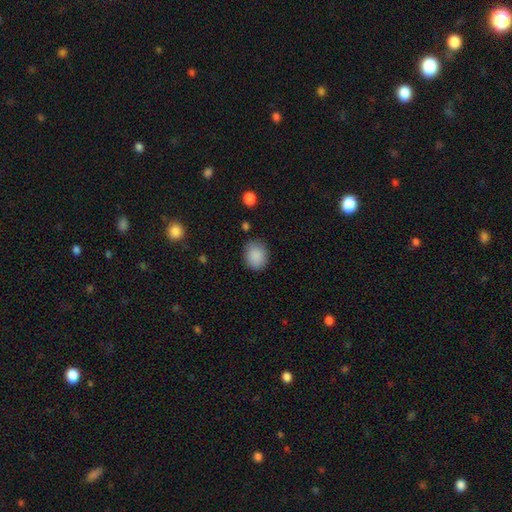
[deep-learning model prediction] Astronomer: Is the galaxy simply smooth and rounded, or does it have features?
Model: smooth — 88%.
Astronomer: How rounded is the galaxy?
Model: round — 54% (runner-up: in between, 45%).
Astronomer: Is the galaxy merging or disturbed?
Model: none — 79%.